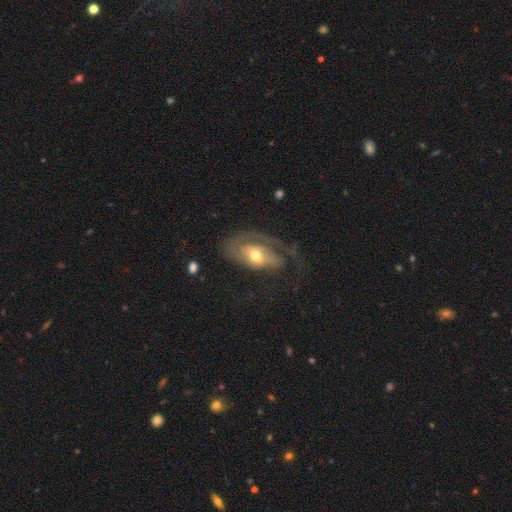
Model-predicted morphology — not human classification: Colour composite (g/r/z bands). It shows a featured or disk galaxy (66%) with no bar (66%), spiral arms (75%) and a moderate central bulge (66%). Merging: major disturbance (41%).